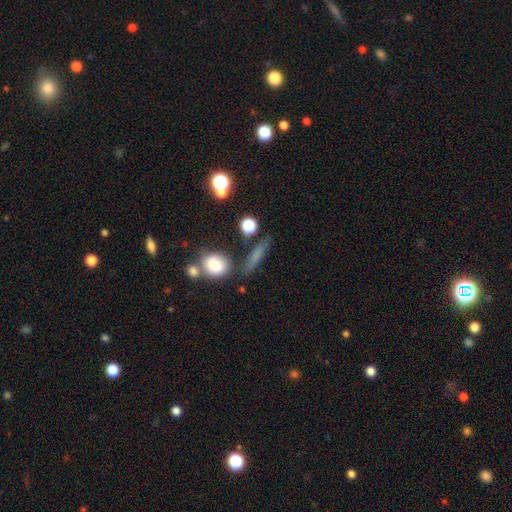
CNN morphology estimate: A smooth galaxy with no disk features (59%) that is cigar-shaped (69%).

Vote fractions:
- Smooth or featured? smooth: 59% / featured or disk: 25% / star or artifact: 16%
- How rounded? cigar-shaped: 69% / in between: 19% / round: 12%
- Merging? none: 73% / minor disturbance: 15% / merger: 7% / major disturbance: 6%